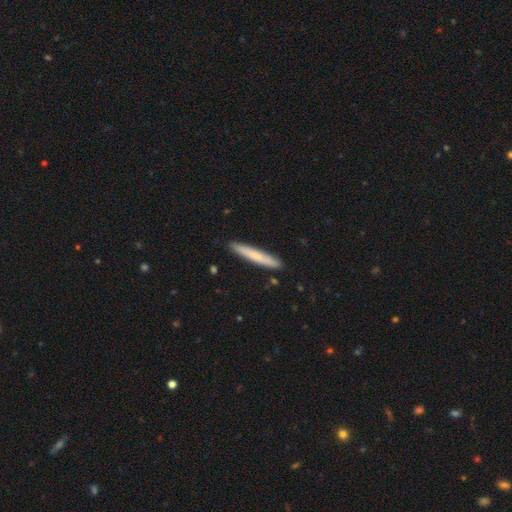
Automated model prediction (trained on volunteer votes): Q: Smooth or featured?
A: smooth (69%); runner-up: featured or disk (26%)
Q: How rounded?
A: cigar-shaped (95%); runner-up: in between (4%)
Q: Merging?
A: none (89%); runner-up: minor disturbance (8%)